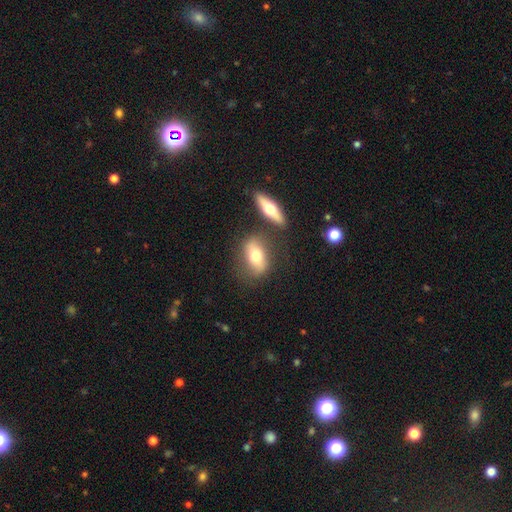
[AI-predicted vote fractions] This appears to be a smooth galaxy with no disk features (56%) that is in between round and cigar-shaped (79%). Merging: none (64%).